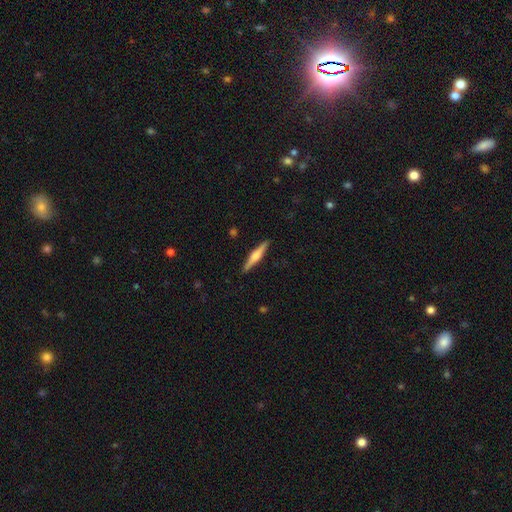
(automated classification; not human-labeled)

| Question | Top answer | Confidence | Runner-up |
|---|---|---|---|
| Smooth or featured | featured or disk | 60% | smooth (35%) |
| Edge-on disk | yes | 98% | no (2%) |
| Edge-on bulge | rounded | 81% | boxy (13%) |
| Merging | none | 91% | minor disturbance (7%) |